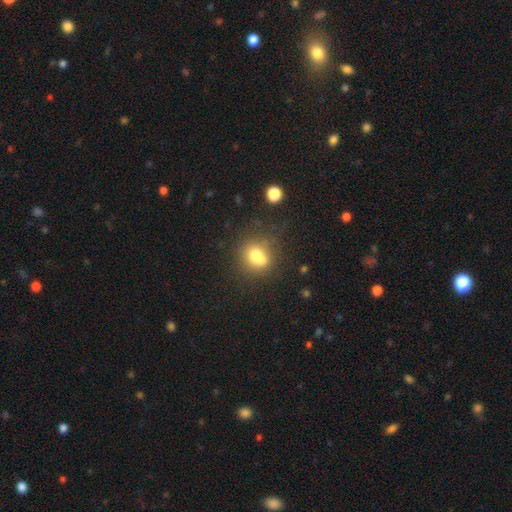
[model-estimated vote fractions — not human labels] Smooth or featured?
  - smooth: 69% *
  - featured or disk: 18%
  - star or artifact: 13%
How rounded?
  - round: 73% *
  - in between: 25%
  - cigar-shaped: 1%
Merging?
  - none: 44% *
  - merger: 36%
  - minor disturbance: 14%
  - major disturbance: 7%